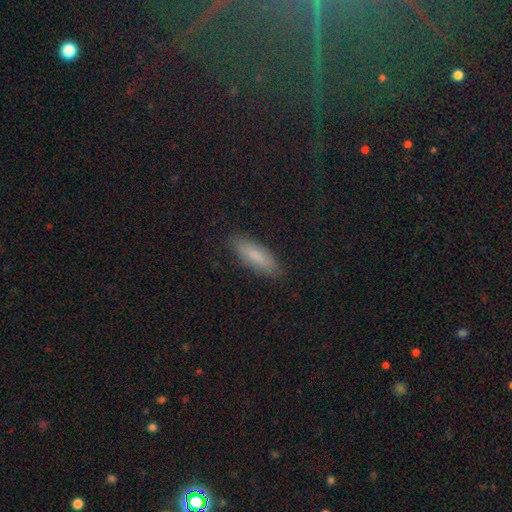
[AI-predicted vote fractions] Smooth or featured?
  - smooth: 80% *
  - featured or disk: 12%
  - star or artifact: 8%
How rounded?
  - cigar-shaped: 54% *
  - in between: 44%
  - round: 2%
Merging?
  - none: 88% *
  - minor disturbance: 9%
  - major disturbance: 2%
  - merger: 1%